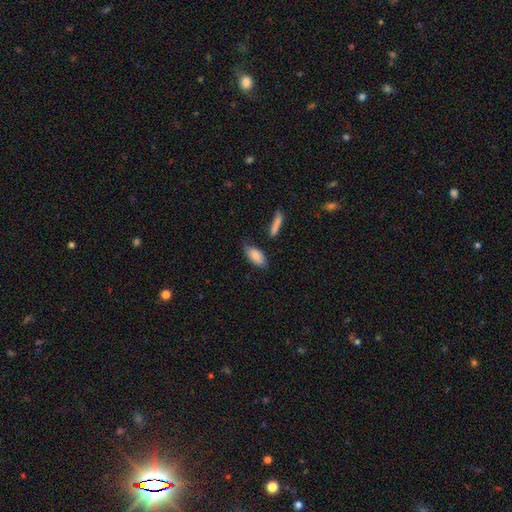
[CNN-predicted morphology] Smooth or featured?
  - smooth: 77% *
  - featured or disk: 16%
  - star or artifact: 6%
How rounded?
  - in between: 89% *
  - cigar-shaped: 9%
  - round: 3%
Merging?
  - none: 63% *
  - minor disturbance: 26%
  - merger: 6%
  - major disturbance: 6%